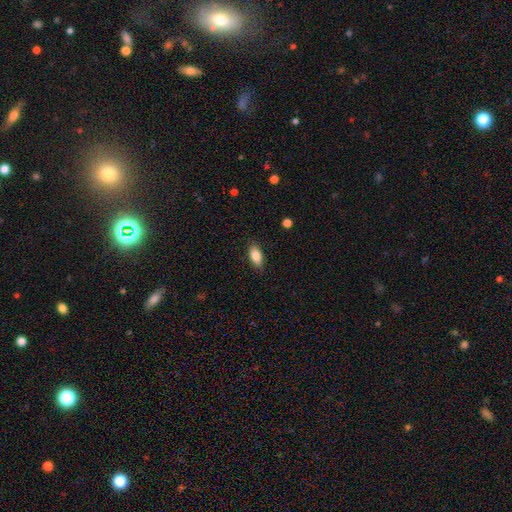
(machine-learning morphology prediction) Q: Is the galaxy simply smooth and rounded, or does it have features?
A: smooth — 84%.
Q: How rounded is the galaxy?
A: in between — 87%.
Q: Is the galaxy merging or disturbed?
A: none — 86%.